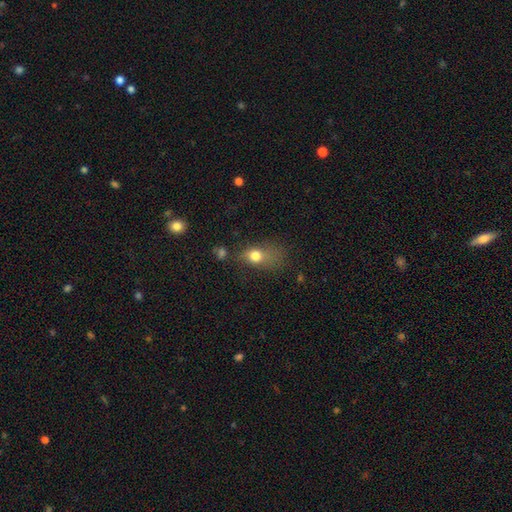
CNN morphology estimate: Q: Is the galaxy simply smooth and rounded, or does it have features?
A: smooth — 74%.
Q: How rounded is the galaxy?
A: in between — 64%.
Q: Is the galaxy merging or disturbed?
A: major disturbance — 33%.